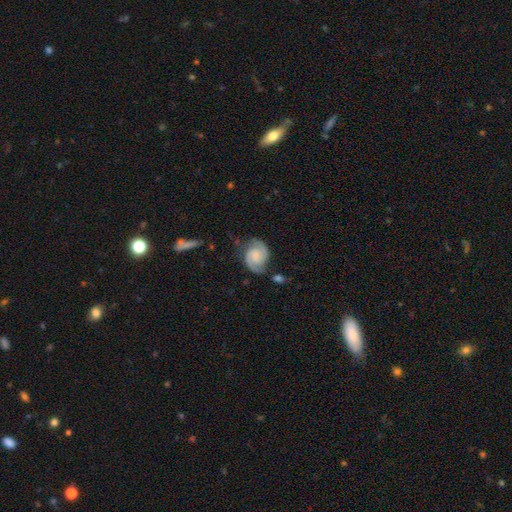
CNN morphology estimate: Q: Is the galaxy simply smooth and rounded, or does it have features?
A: featured or disk — 83%.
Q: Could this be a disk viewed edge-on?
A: no — 98%.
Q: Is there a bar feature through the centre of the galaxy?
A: no — 57%.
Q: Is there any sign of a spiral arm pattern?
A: yes — 97%.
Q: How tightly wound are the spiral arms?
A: medium — 47%.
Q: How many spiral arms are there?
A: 2 — 92%.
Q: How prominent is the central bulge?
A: none — 50%.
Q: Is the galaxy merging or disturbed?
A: none — 72%.